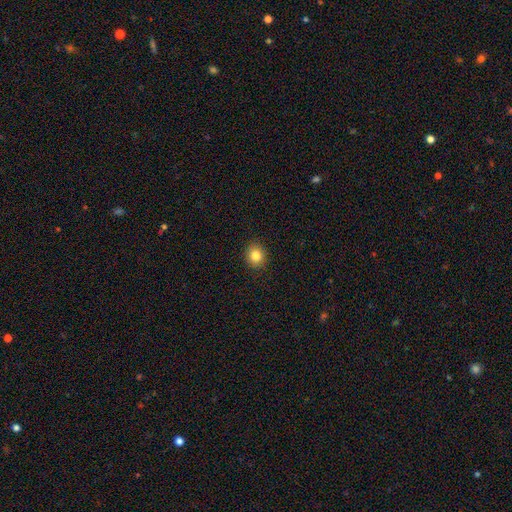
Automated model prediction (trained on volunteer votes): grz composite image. It shows a smooth galaxy with no disk features (84%) that is round (71%). Merging: none (90%).